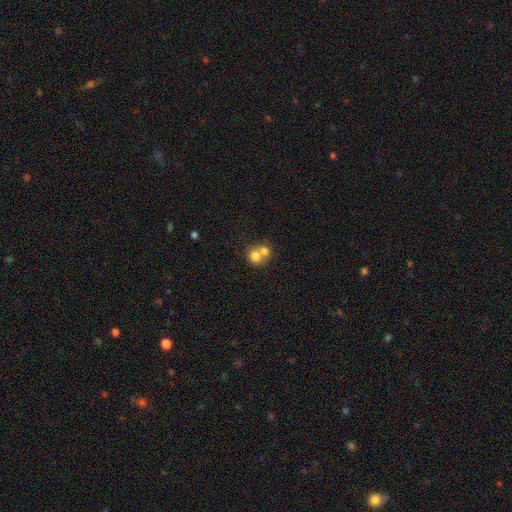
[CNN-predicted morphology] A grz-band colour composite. It shows a smooth galaxy with no disk features (74%) that is round (77%). Merging: merger (61%).